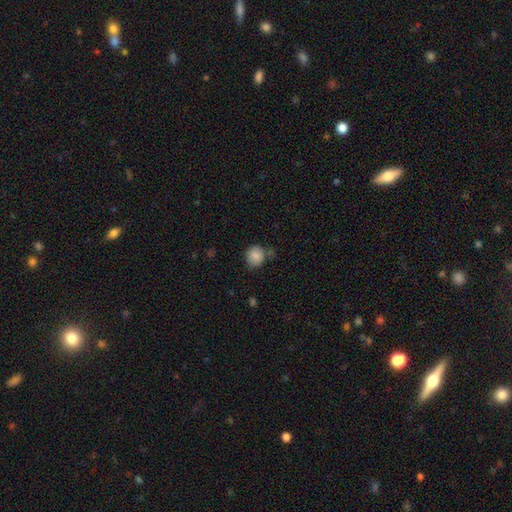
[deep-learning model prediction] Smooth or featured: smooth — 86% (star or artifact — 9%)
How rounded: round — 85% (in between — 14%)
Merging: none — 72% (minor disturbance — 16%)